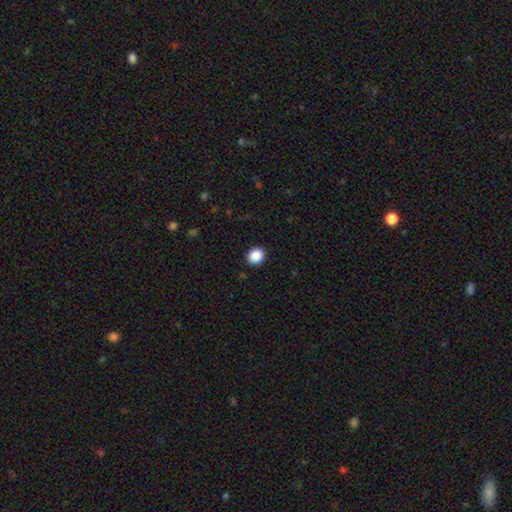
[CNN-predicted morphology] A smooth galaxy with no disk features (88%) that is round (74%). Merging: none (91%).